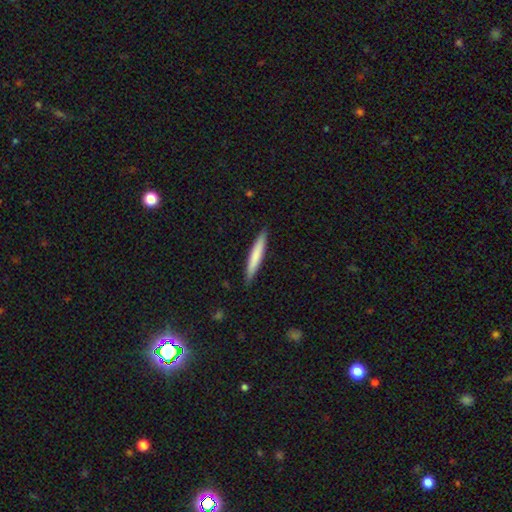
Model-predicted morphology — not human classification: Smooth or featured: smooth — 73% (featured or disk — 22%)
How rounded: cigar-shaped — 94% (in between — 5%)
Merging: none — 88% (minor disturbance — 9%)